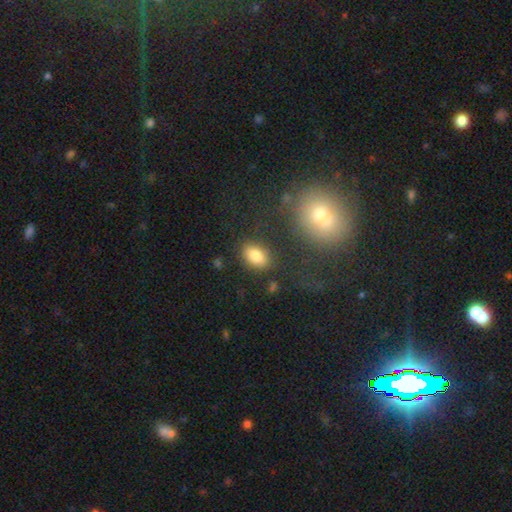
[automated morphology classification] type=smooth (84%); roundness=in between (86%); merging=none (82%).